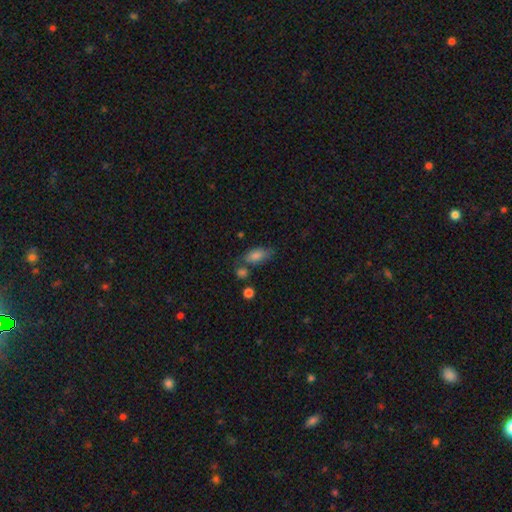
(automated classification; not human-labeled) Smooth or featured? Predicted: smooth (p=0.79). How rounded? Predicted: in between (p=0.85). Merging? Predicted: none (p=0.58).